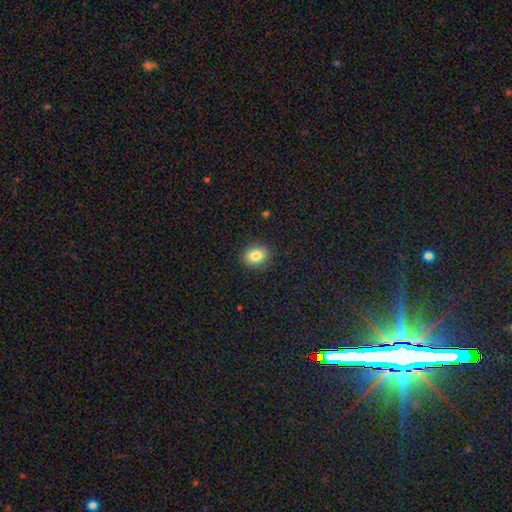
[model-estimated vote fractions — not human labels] smooth 84%, star or artifact 10%, featured or disk 7%. Down the decision tree: how rounded — round (50%); merging — none (89%).